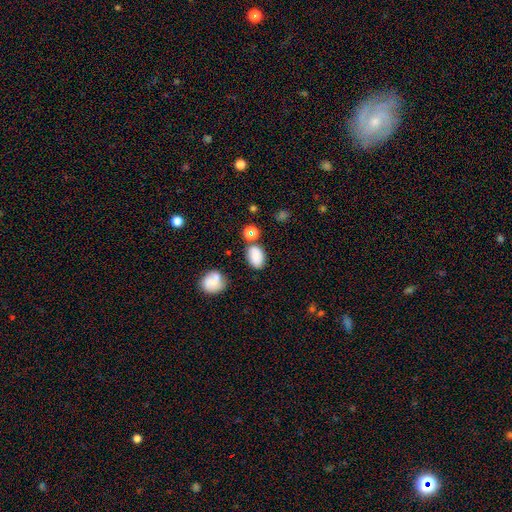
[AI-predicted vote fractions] Overall: smooth (80%). How rounded: in between (86%). Merging: none (69%).